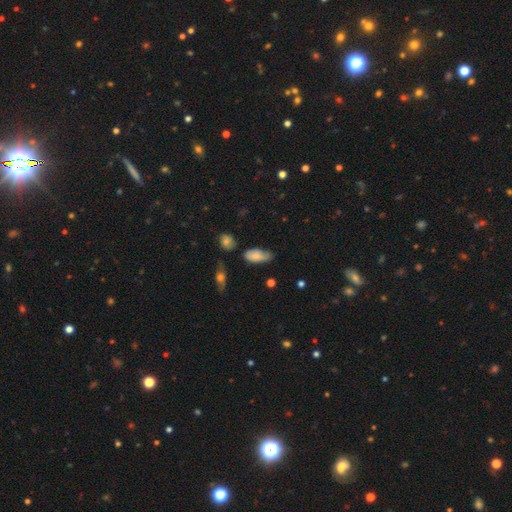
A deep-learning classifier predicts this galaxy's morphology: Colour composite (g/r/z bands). It shows a smooth galaxy with no disk features (75%) that is in between round and cigar-shaped (87%). Merging: none (48%).